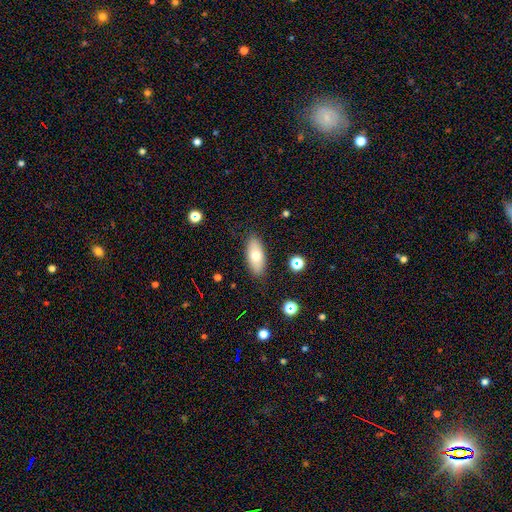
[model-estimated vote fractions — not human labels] A smooth galaxy with no disk features (72%) that is in between round and cigar-shaped (83%).

Vote fractions:
- Smooth or featured? smooth: 72% / featured or disk: 20% / star or artifact: 8%
- How rounded? in between: 83% / cigar-shaped: 14% / round: 3%
- Merging? none: 86% / minor disturbance: 10% / major disturbance: 3% / merger: 2%